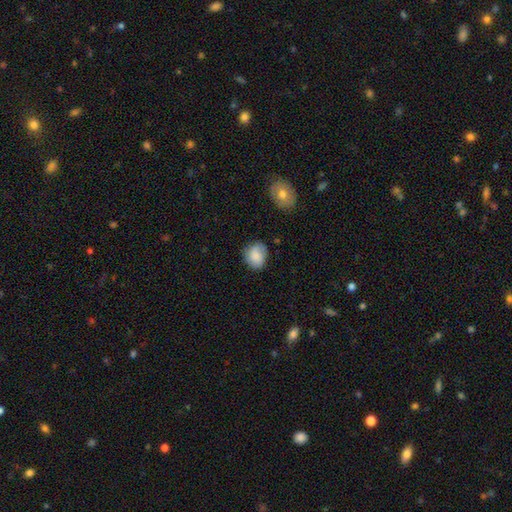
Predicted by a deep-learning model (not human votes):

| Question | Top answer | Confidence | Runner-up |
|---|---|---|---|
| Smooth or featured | smooth | 80% | featured or disk (13%) |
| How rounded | round | 64% | in between (35%) |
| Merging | none | 71% | minor disturbance (22%) |